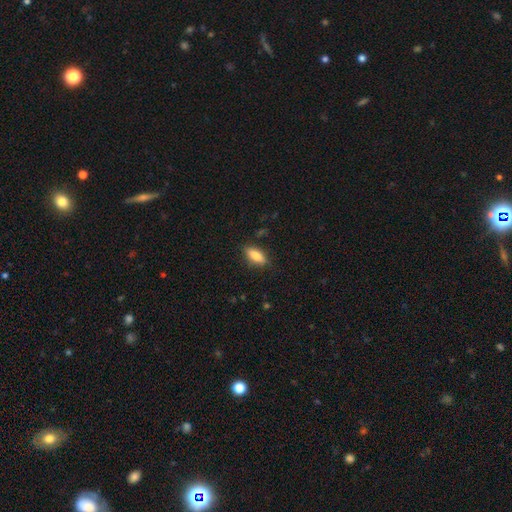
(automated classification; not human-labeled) Smooth or featured?
  - smooth: 80% *
  - featured or disk: 13%
  - star or artifact: 7%
How rounded?
  - in between: 76% *
  - cigar-shaped: 21%
  - round: 3%
Merging?
  - none: 84% *
  - minor disturbance: 12%
  - major disturbance: 3%
  - merger: 1%